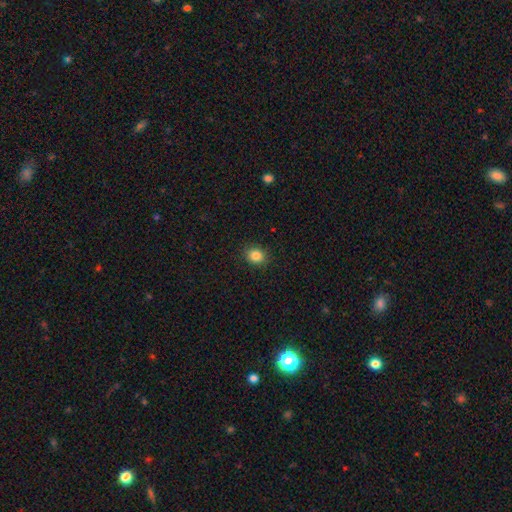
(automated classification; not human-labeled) smooth-or-featured: smooth: 85% | star or artifact: 10% | featured or disk: 4%
  how-rounded: round: 69% | in between: 30% | cigar-shaped: 1%
  merging: none: 89% | minor disturbance: 8% | major disturbance: 2% | merger: 1%